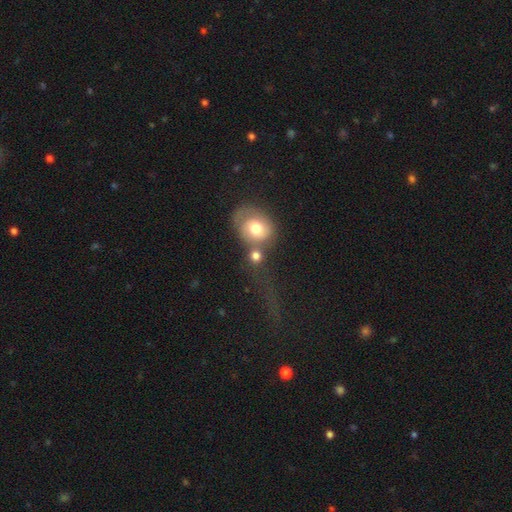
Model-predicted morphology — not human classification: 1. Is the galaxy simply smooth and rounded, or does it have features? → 65% smooth, 25% featured or disk, 10% star or artifact.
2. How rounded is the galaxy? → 73% round, 26% in between, 2% cigar-shaped.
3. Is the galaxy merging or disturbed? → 41% merger, 33% none, 15% major disturbance, 11% minor disturbance.